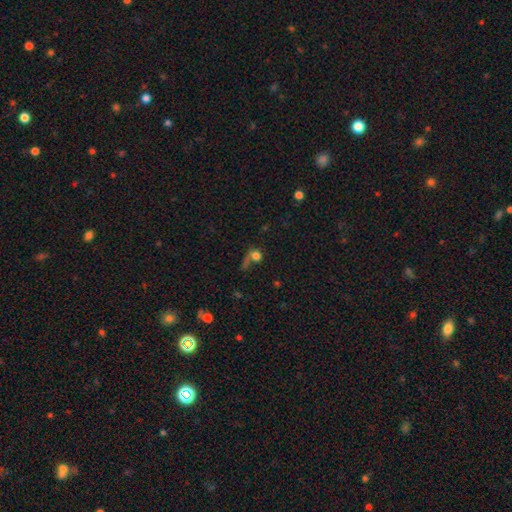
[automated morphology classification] This appears to be a smooth galaxy with no disk features (70%) that is round (76%). Merging: none (37%).